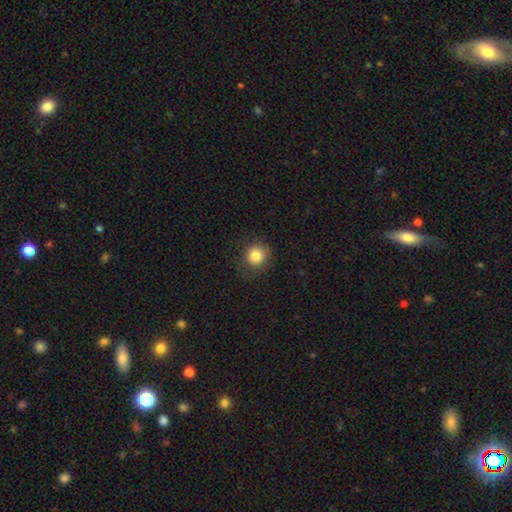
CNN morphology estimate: Overall: smooth (84%). How rounded: round (89%). Merging: none (84%).